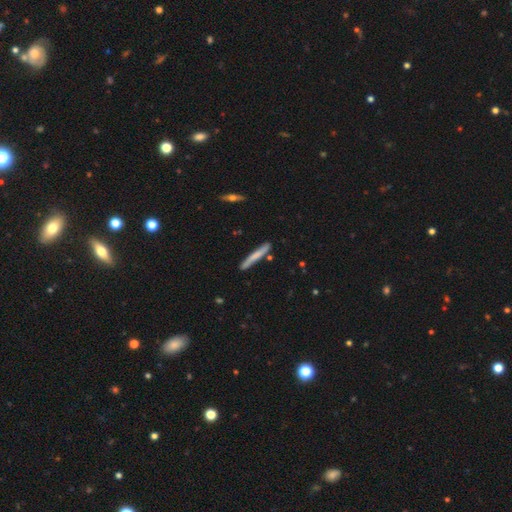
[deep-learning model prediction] Q: Smooth or featured?
A: smooth (63%); runner-up: featured or disk (32%)
Q: How rounded?
A: cigar-shaped (96%); runner-up: in between (3%)
Q: Merging?
A: none (85%); runner-up: minor disturbance (11%)